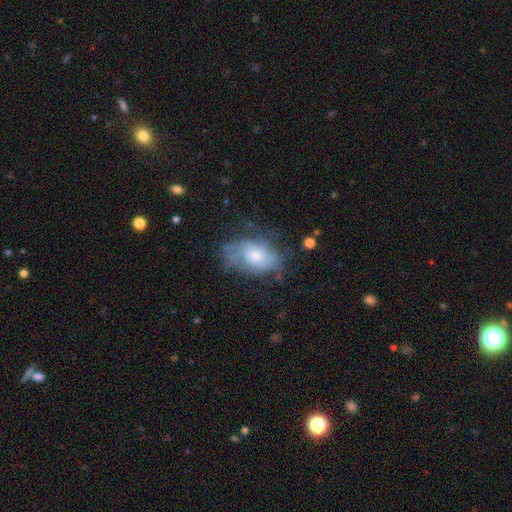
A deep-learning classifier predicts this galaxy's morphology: This is likely a featured or disk galaxy (71%). It is clearly not viewed edge-on (96%). Bar: likely no (77%). Spiral arm pattern: clearly yes (83%). Spiral arm count: possibly can't tell (50%). Spiral winding: possibly tight (52%). Central bulge: possibly moderate (45%, tied with small). Merging: possibly none (58%).